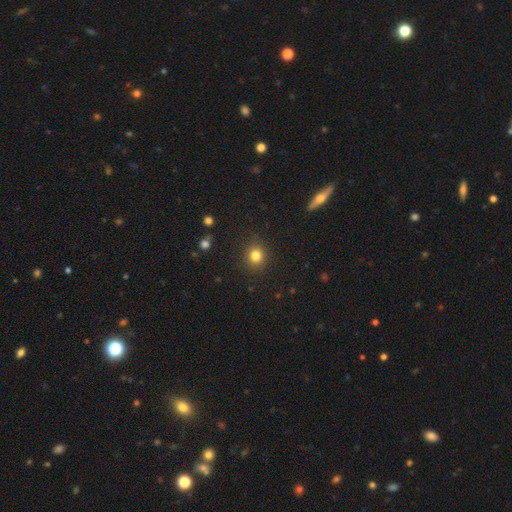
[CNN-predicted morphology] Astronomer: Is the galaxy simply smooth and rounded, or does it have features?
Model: smooth — 82%.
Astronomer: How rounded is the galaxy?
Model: round — 85%.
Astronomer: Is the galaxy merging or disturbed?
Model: none — 90%.